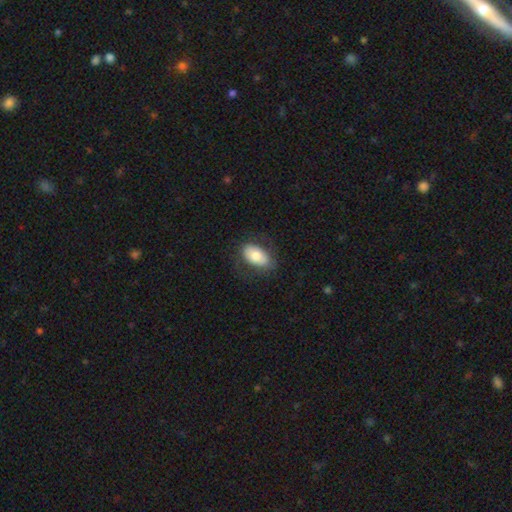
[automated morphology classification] Smooth or featured? smooth (73%)
How rounded? in between (92%)
Merging? none (74%)